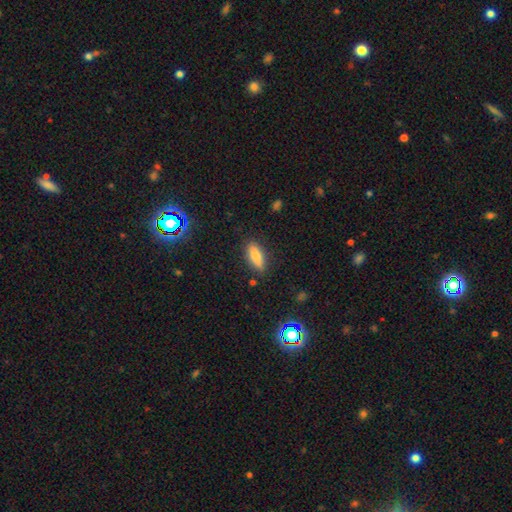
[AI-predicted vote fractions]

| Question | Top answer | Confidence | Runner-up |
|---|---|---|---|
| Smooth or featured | smooth | 75% | featured or disk (17%) |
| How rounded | in between | 57% | cigar-shaped (40%) |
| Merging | none | 84% | minor disturbance (12%) |